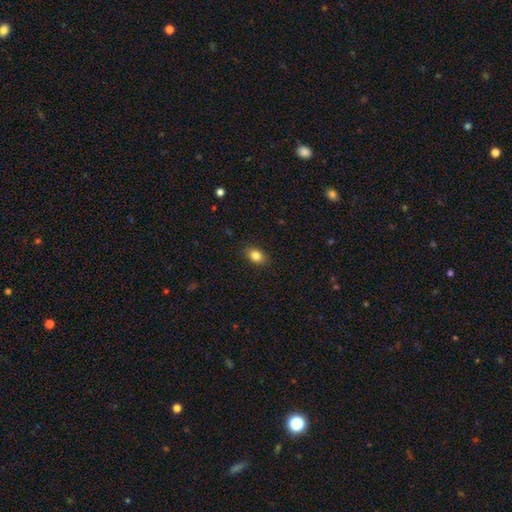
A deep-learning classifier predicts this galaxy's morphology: Smooth or featured?
  - smooth: 83% *
  - star or artifact: 9%
  - featured or disk: 7%
How rounded?
  - in between: 78% *
  - round: 20%
  - cigar-shaped: 2%
Merging?
  - none: 87% *
  - minor disturbance: 9%
  - major disturbance: 2%
  - merger: 1%